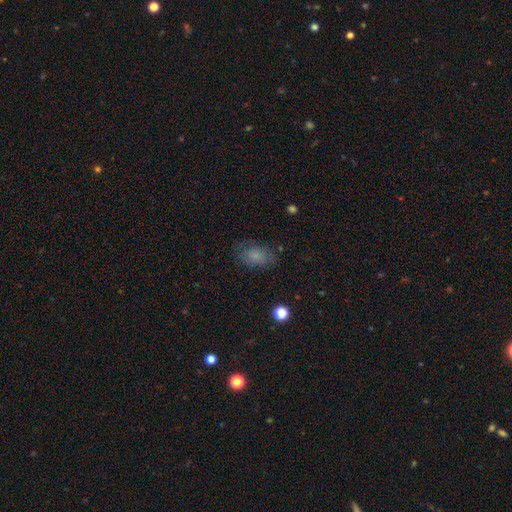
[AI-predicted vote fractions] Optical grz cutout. It shows a smooth galaxy with no disk features (72%) that is in between round and cigar-shaped (83%). Merging: none (70%).